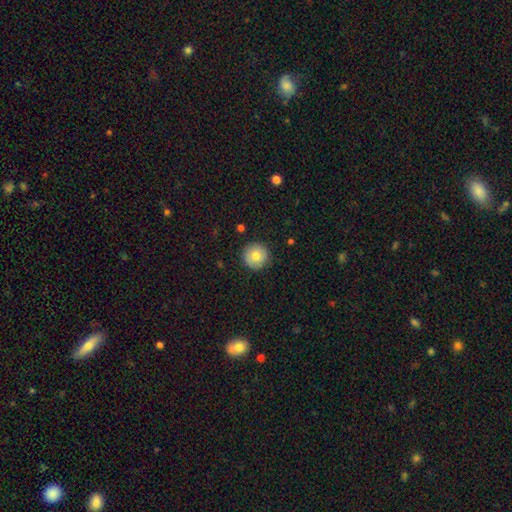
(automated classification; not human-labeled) Q: Smooth or featured?
A: smooth (77%); runner-up: featured or disk (15%)
Q: How rounded?
A: round (96%); runner-up: in between (3%)
Q: Merging?
A: none (90%); runner-up: minor disturbance (8%)